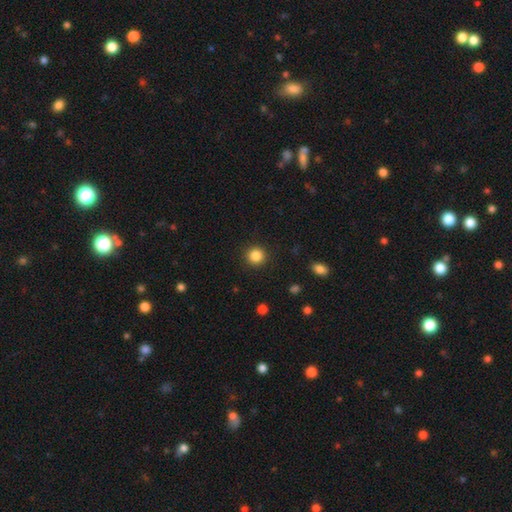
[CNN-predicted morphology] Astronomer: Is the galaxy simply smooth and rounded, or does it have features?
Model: smooth — 85%.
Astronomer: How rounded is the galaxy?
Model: round — 94%.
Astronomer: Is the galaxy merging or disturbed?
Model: none — 91%.